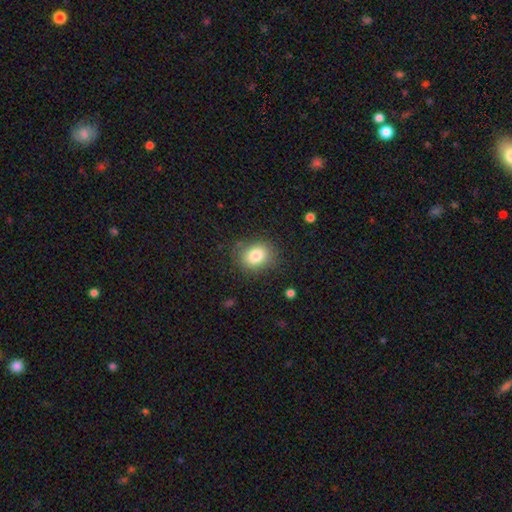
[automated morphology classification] This appears to be a smooth galaxy with no disk features (82%) that is round (50%). Merging: none (81%).